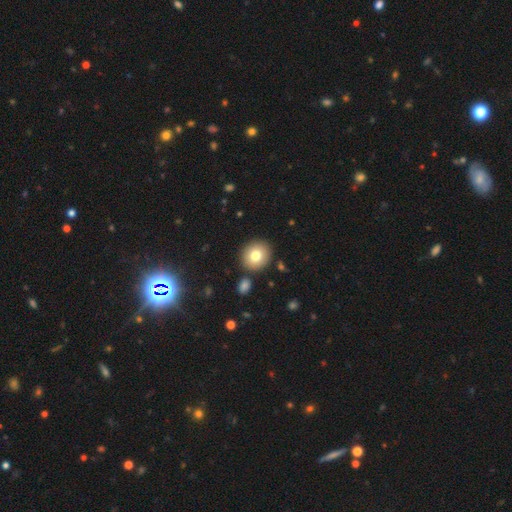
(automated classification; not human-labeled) Morphology: type=smooth (78%); roundness=round (84%); merging=none (85%).